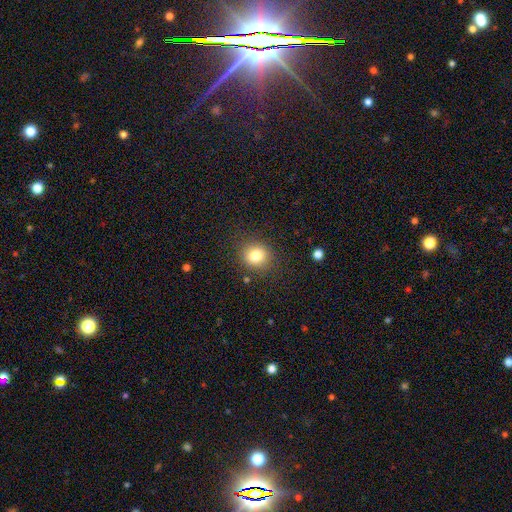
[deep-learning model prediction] Morphology: type=smooth (81%); roundness=round (83%); merging=none (86%).